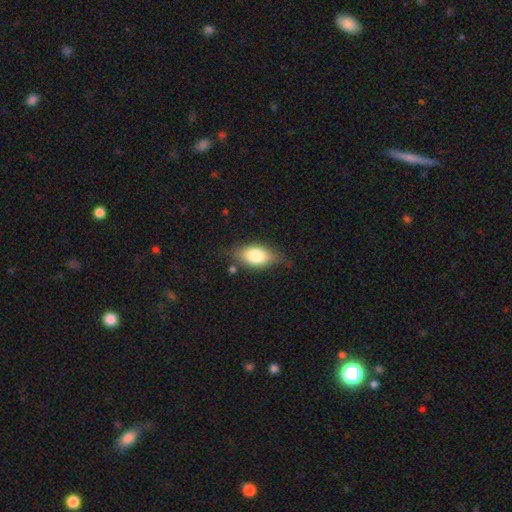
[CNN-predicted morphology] smooth_or_featured: smooth (p=0.76) [alt: featured or disk p=0.17]
how_rounded: in between (p=0.88) [alt: round p=0.07]
merging: none (p=0.71) [alt: minor disturbance p=0.21]